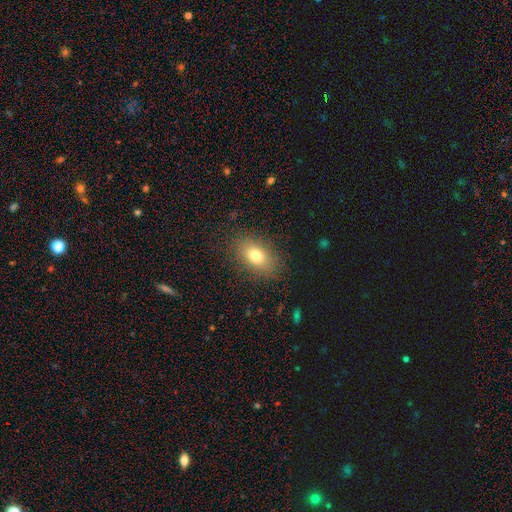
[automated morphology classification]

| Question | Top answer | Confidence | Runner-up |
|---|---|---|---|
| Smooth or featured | smooth | 76% | featured or disk (13%) |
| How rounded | in between | 84% | round (14%) |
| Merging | none | 86% | minor disturbance (10%) |